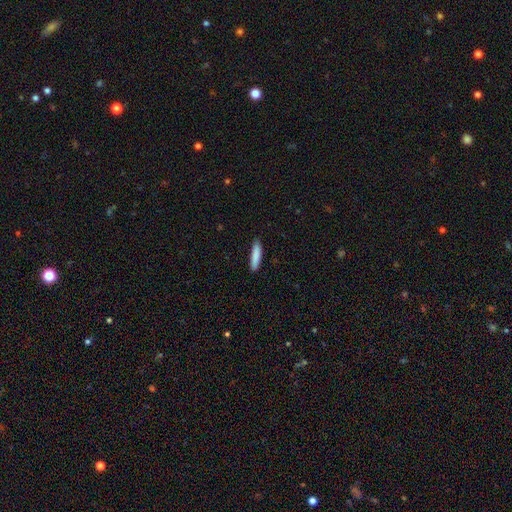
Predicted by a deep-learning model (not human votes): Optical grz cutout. It shows a smooth galaxy with no disk features (87%) that is cigar-shaped (82%). Merging: none (87%).